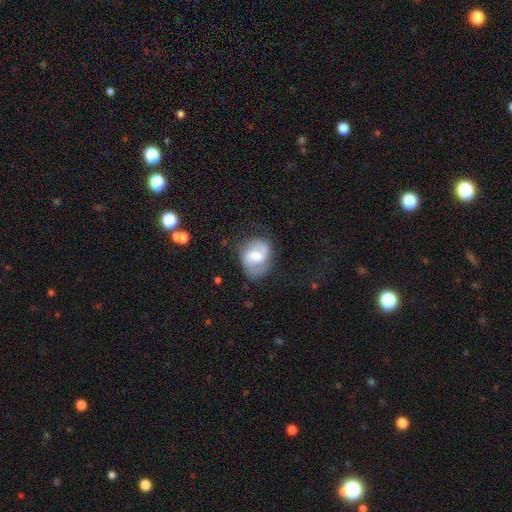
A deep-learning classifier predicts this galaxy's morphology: Smooth or featured? featured or disk (66%)
Edge-on disk? no (98%)
Bar? weak (54%)
Spiral arms? yes (89%)
Spiral winding? medium (48%)
Spiral arm count? 2 (85%)
Bulge size? moderate (57%)
Merging? none (66%)